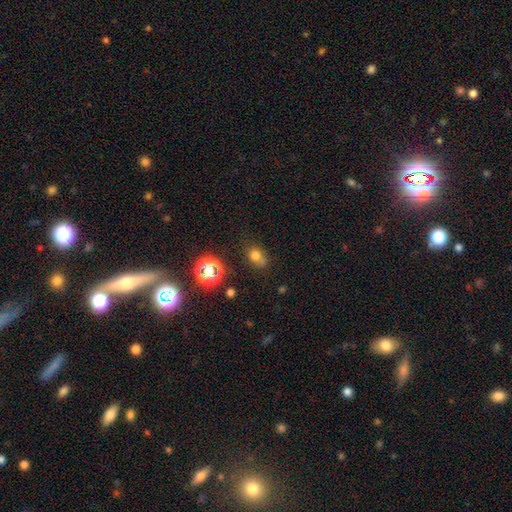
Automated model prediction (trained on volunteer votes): Overall: smooth (70%). How rounded: round (51%; in between 47%). Merging: none (54%; minor disturbance 20%).